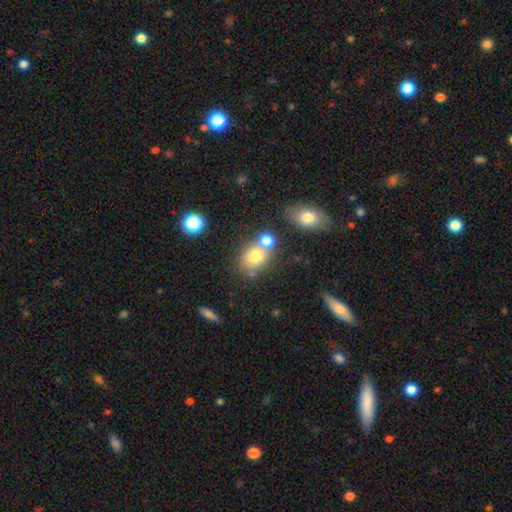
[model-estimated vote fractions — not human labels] Overall: smooth (73%). How rounded: in between (52%; round 47%). Merging: none (47%; merger 39%).